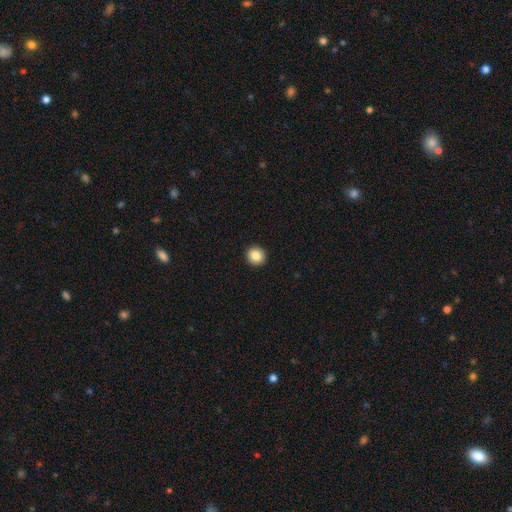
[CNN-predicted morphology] Smooth or featured? Predicted: smooth (p=0.85). How rounded? Predicted: round (p=0.93). Merging? Predicted: none (p=0.93).